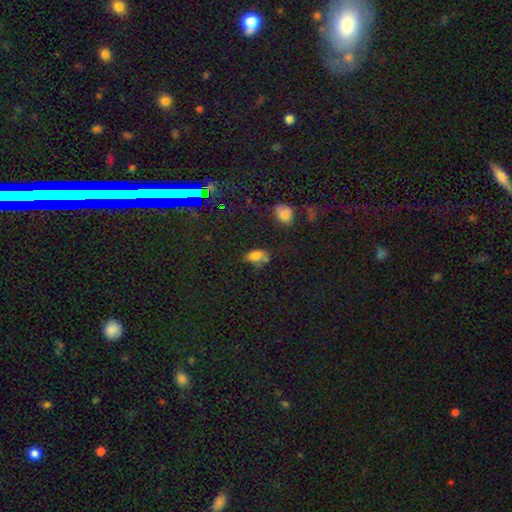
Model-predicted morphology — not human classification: smooth-or-featured: smooth: 71% | star or artifact: 17% | featured or disk: 11%
  how-rounded: in between: 85% | round: 11% | cigar-shaped: 3%
  merging: none: 41% | minor disturbance: 29% | major disturbance: 16% | merger: 14%